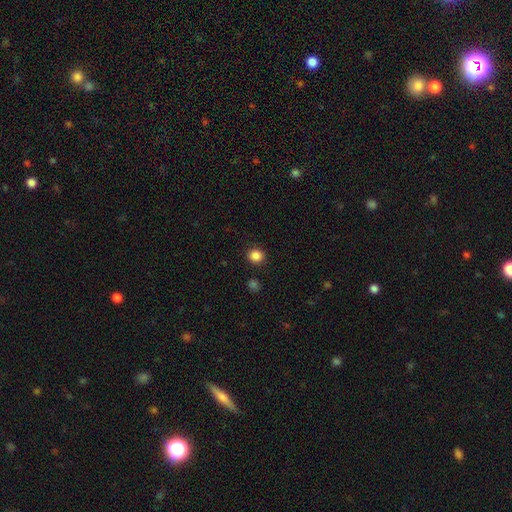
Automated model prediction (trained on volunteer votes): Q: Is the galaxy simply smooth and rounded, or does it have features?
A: smooth — 86%.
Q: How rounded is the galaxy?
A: round — 81%.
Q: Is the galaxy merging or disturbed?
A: none — 89%.